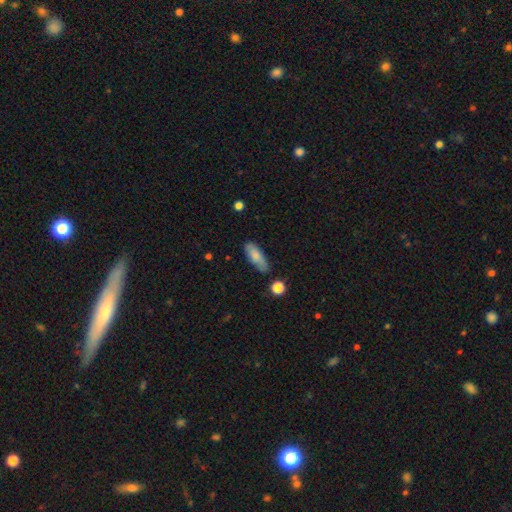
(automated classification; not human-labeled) A smooth galaxy with no disk features (79%) that is in between round and cigar-shaped (70%).

Vote fractions:
- Smooth or featured? smooth: 79% / featured or disk: 15% / star or artifact: 6%
- How rounded? in between: 70% / cigar-shaped: 28% / round: 2%
- Merging? none: 75% / minor disturbance: 18% / major disturbance: 4% / merger: 3%